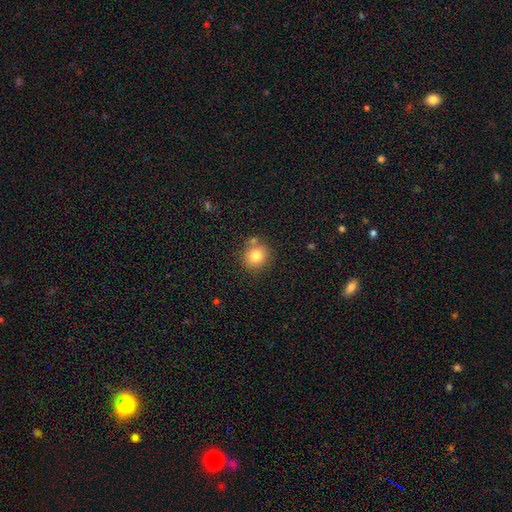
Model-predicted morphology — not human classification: A smooth galaxy with no disk features (81%) that is round (83%). Merging: none (73%).